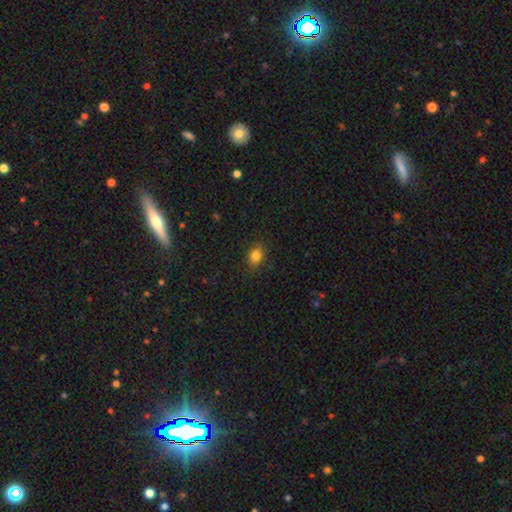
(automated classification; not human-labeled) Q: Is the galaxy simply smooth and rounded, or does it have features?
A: smooth — 83%.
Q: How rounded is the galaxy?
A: in between — 60%.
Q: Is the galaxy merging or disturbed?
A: none — 86%.